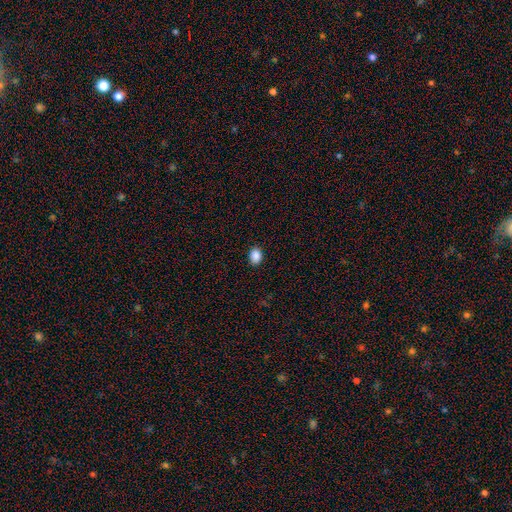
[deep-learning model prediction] A smooth galaxy with no disk features (88%) that is in between round and cigar-shaped (67%). Merging: none (90%).